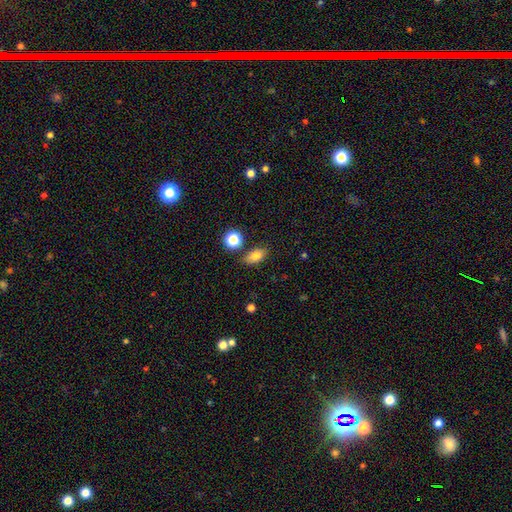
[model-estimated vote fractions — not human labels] Smooth or featured?
  - smooth: 81% *
  - star or artifact: 10%
  - featured or disk: 9%
How rounded?
  - in between: 80% *
  - round: 13%
  - cigar-shaped: 6%
Merging?
  - none: 78% *
  - minor disturbance: 12%
  - merger: 7%
  - major disturbance: 3%